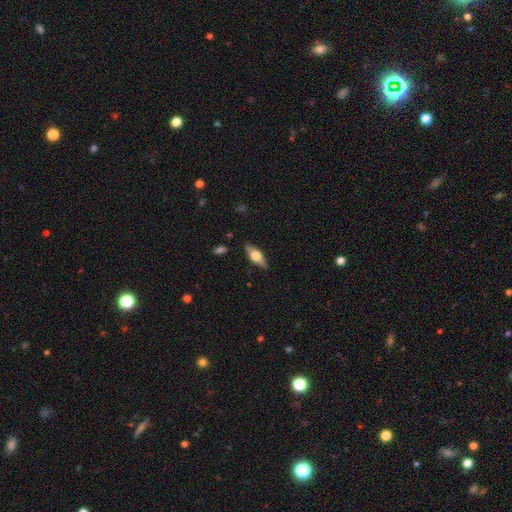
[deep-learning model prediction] smooth_or_featured: featured or disk (p=0.49) [alt: smooth p=0.45]
merging: none (p=0.86) [alt: minor disturbance p=0.11]